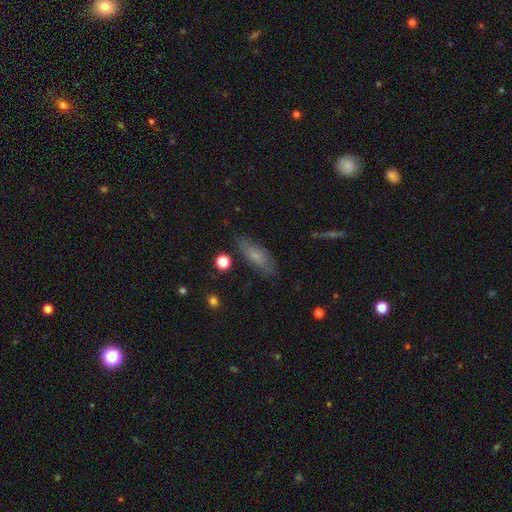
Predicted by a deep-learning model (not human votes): Morphology: type=smooth (67%); roundness=in between (58%); merging=none (78%).